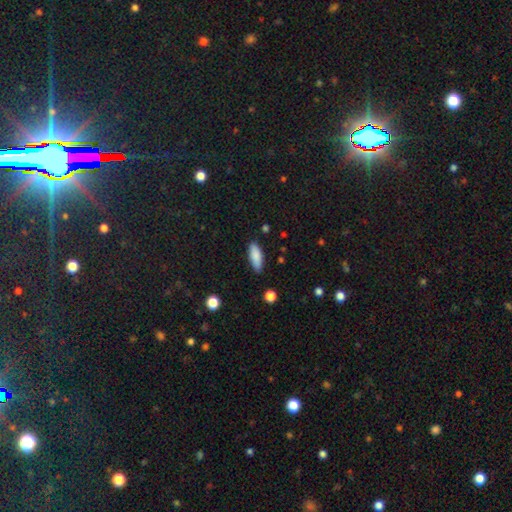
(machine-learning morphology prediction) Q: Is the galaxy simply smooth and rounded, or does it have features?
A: smooth — 86%.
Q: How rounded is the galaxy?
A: in between — 67%.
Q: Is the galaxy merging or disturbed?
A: none — 85%.